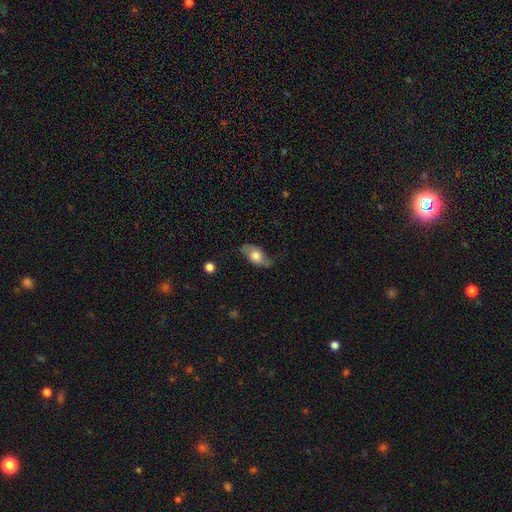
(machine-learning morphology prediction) Overall: smooth (56%; featured or disk 36%). How rounded: in between (84%). Merging: none (61%; minor disturbance 26%).